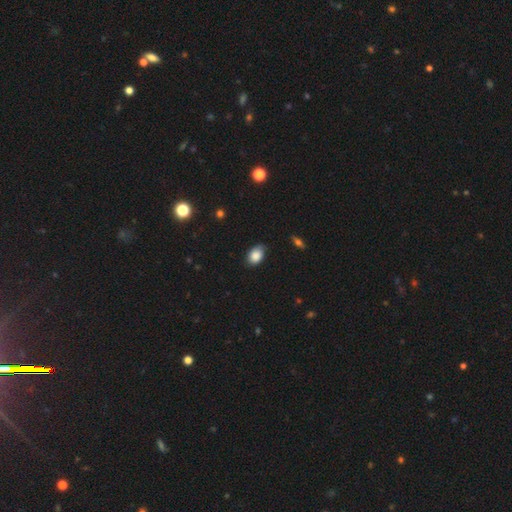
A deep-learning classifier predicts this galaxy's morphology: A smooth galaxy with no disk features (86%) that is in between round and cigar-shaped (83%).

Vote fractions:
- Smooth or featured? smooth: 86% / star or artifact: 8% / featured or disk: 7%
- How rounded? in between: 83% / round: 16% / cigar-shaped: 1%
- Merging? none: 71% / minor disturbance: 24% / major disturbance: 3% / merger: 1%